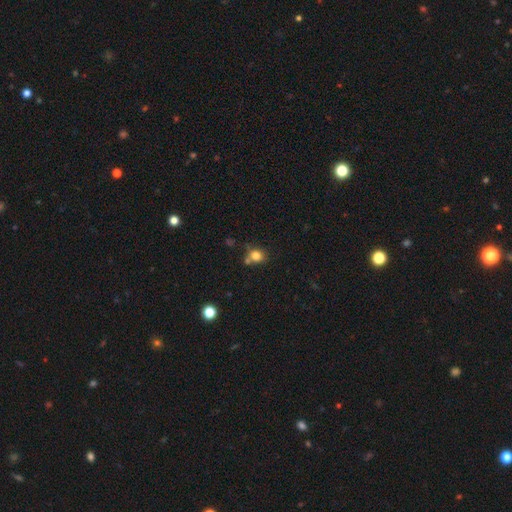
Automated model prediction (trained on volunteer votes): Smooth or featured: smooth — 80% (star or artifact — 12%)
How rounded: round — 72% (in between — 27%)
Merging: none — 61% (merger — 19%)